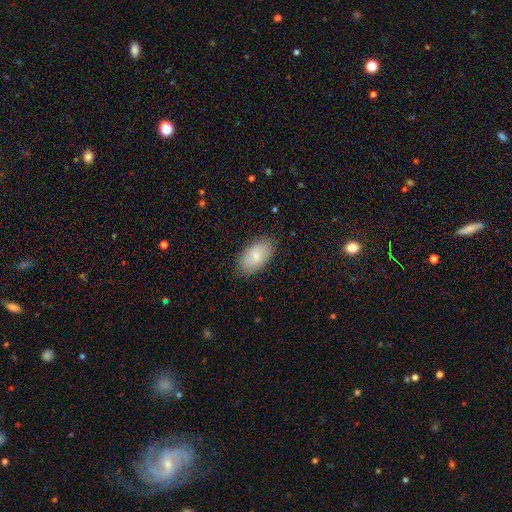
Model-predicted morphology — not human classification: Smooth or featured: smooth — 80% (featured or disk — 14%)
How rounded: in between — 95% (round — 3%)
Merging: none — 85% (minor disturbance — 11%)